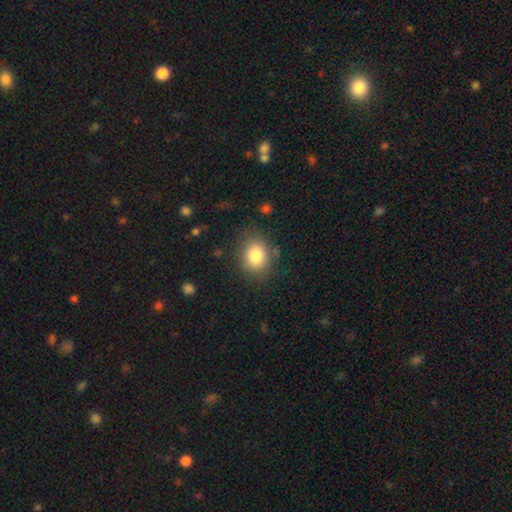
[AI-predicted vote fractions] Smooth or featured? smooth (82%)
How rounded? round (54%)
Merging? none (82%)